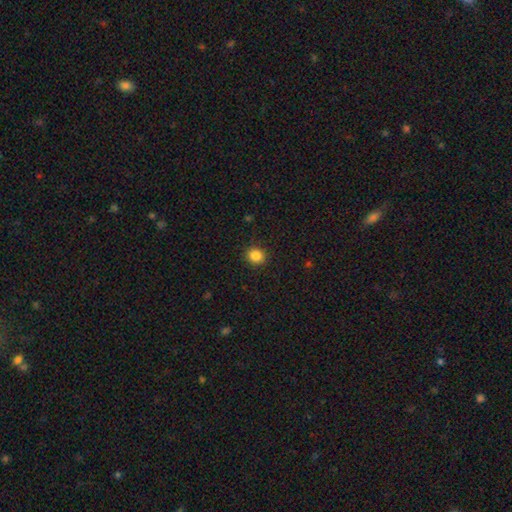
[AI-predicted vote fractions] Q: Smooth or featured?
A: smooth (86%); runner-up: star or artifact (11%)
Q: How rounded?
A: round (79%); runner-up: in between (20%)
Q: Merging?
A: none (91%); runner-up: minor disturbance (6%)